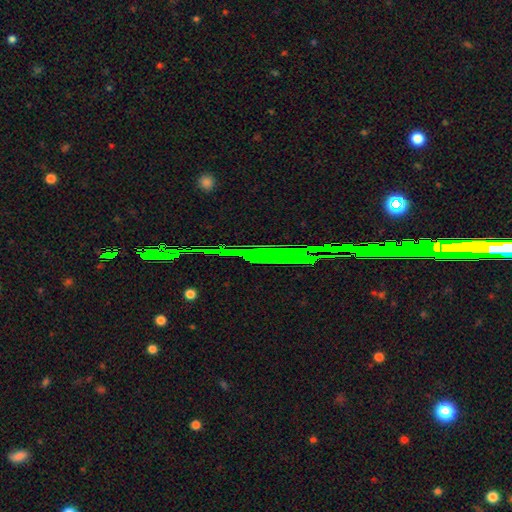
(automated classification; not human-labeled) The model was most divided on "smooth or featured": star or artifact: 77%, featured or disk: 12%, smooth: 10%.